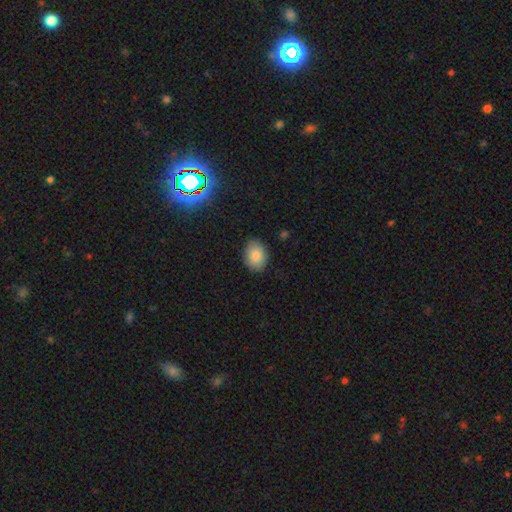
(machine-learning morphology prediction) Smooth or featured?
  - smooth: 87% *
  - star or artifact: 7%
  - featured or disk: 6%
How rounded?
  - in between: 71% *
  - round: 28%
  - cigar-shaped: 1%
Merging?
  - none: 86% *
  - minor disturbance: 11%
  - major disturbance: 2%
  - merger: 1%